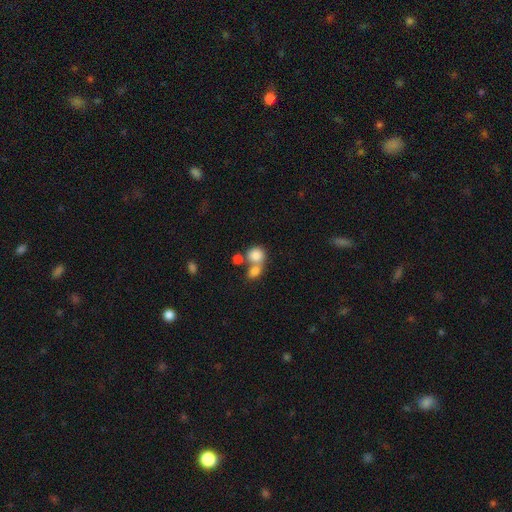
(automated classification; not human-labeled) Smooth or featured?
  - smooth: 81% *
  - featured or disk: 10%
  - star or artifact: 9%
How rounded?
  - round: 77% *
  - in between: 22%
  - cigar-shaped: 1%
Merging?
  - merger: 52% *
  - none: 36%
  - minor disturbance: 8%
  - major disturbance: 4%